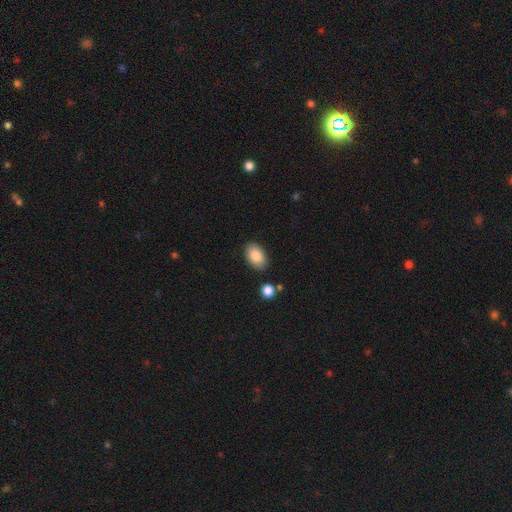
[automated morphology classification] Q: Smooth or featured?
A: smooth (86%); runner-up: featured or disk (7%)
Q: How rounded?
A: in between (92%); runner-up: round (7%)
Q: Merging?
A: none (86%); runner-up: minor disturbance (9%)